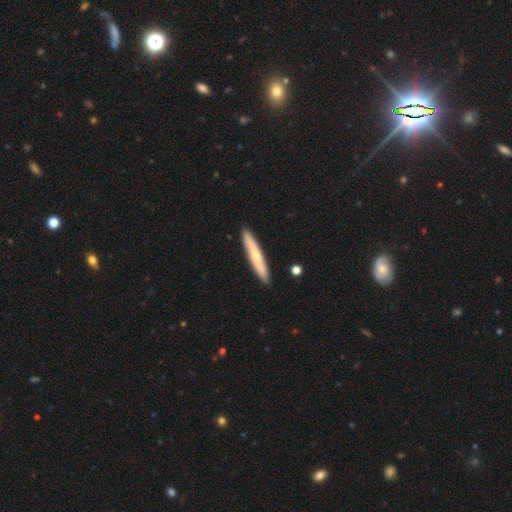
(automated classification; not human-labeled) smooth_or_featured: smooth (p=0.60) [alt: featured or disk p=0.35]
how_rounded: cigar-shaped (p=0.94) [alt: in between p=0.04]
merging: none (p=0.90) [alt: minor disturbance p=0.07]